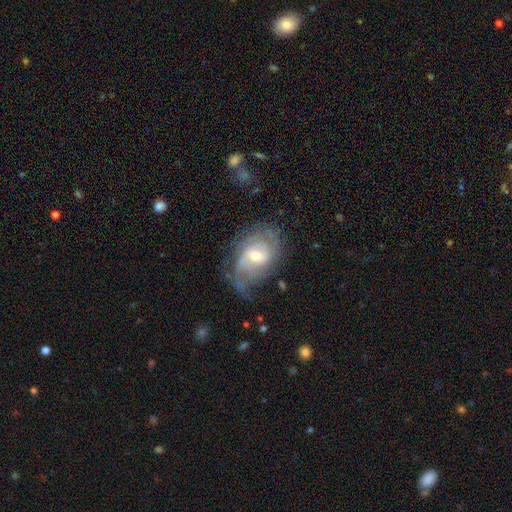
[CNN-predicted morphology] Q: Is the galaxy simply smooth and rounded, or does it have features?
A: featured or disk — 79%.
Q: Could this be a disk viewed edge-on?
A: no — 96%.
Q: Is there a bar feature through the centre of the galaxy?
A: weak — 53%.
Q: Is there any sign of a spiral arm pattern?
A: yes — 92%.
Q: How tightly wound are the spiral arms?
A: tight — 41%.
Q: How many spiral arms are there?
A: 2 — 42%.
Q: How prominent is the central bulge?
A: moderate — 63%.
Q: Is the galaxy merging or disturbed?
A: none — 55%.